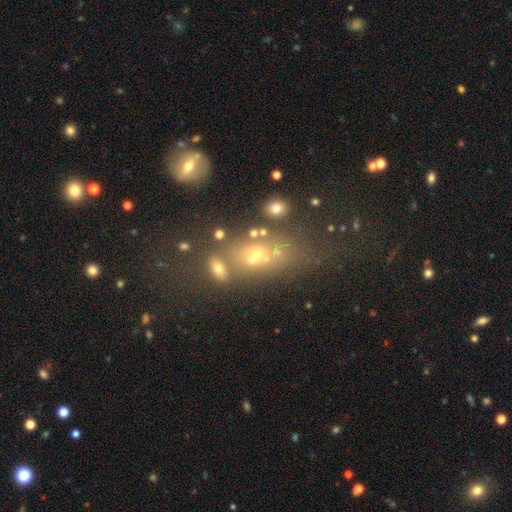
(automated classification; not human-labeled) Overall: smooth (43%; star or artifact 28%). Merging: none (36%; merger 30%).